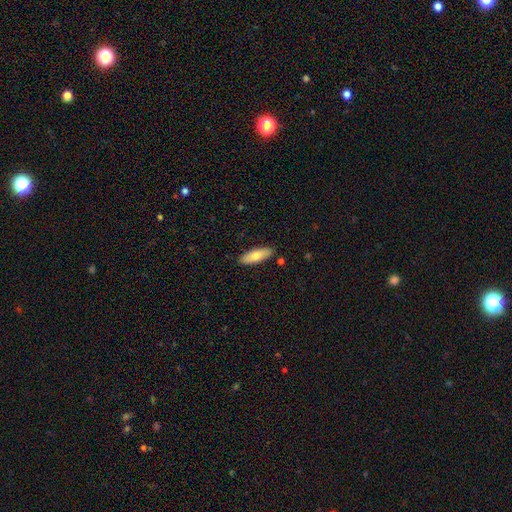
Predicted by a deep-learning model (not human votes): Morphology: type=smooth (74%); roundness=in between (56%); merging=none (88%).